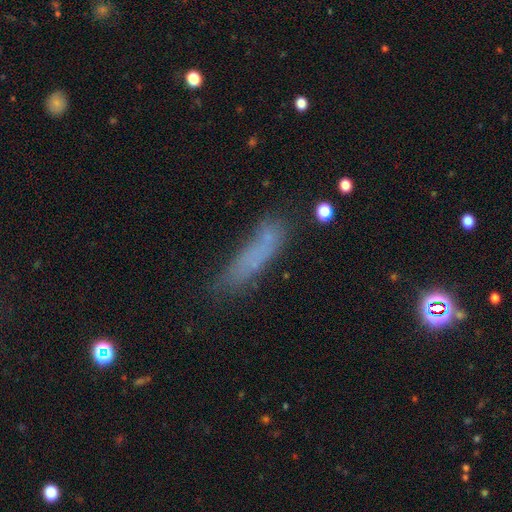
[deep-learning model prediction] A smooth galaxy with no disk features (63%) that is cigar-shaped (74%).

Vote fractions:
- Smooth or featured? smooth: 63% / featured or disk: 22% / star or artifact: 15%
- How rounded? cigar-shaped: 74% / in between: 23% / round: 2%
- Merging? none: 53% / minor disturbance: 25% / major disturbance: 15% / merger: 7%